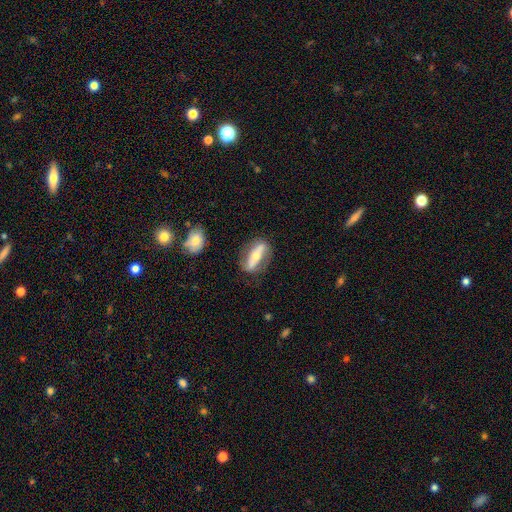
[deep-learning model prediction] Morphology: type=featured or disk (57%); edge-on=no (54%); merging=none (76%).